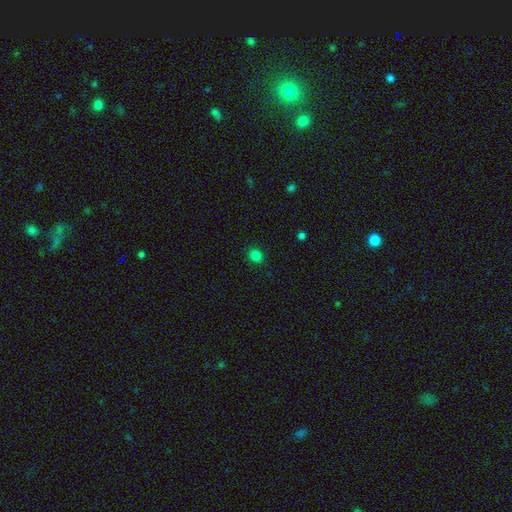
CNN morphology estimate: Smooth or featured? Predicted: smooth (p=0.82). How rounded? Predicted: round (p=0.68). Merging? Predicted: none (p=0.89).